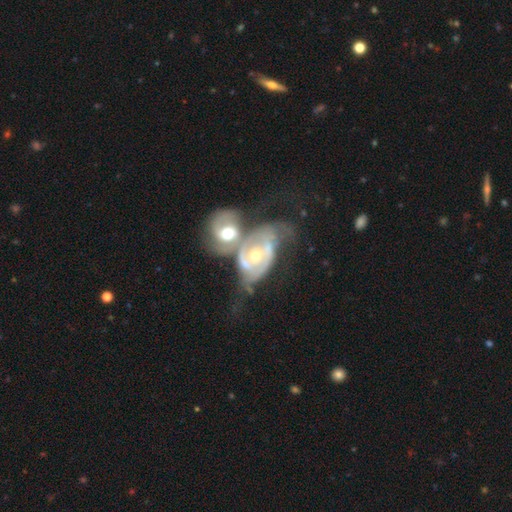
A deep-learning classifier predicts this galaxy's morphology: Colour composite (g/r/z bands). It shows a featured or disk galaxy (81%) with no bar (60%), 2 (59%) tight (44%) spiral arms (85%) and a moderate central bulge (71%). Merging: merger (63%).